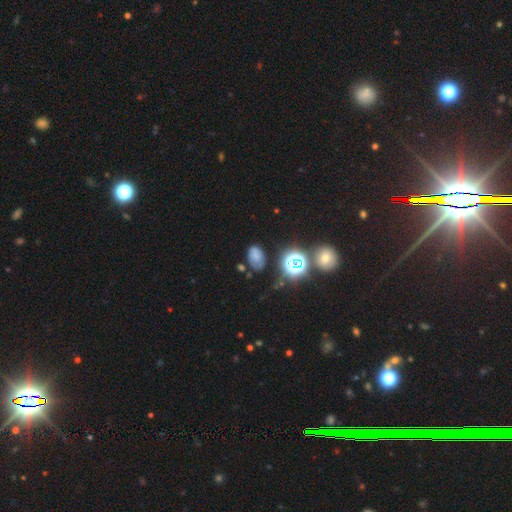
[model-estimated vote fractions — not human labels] A smooth galaxy with no disk features (59%) that is in between round and cigar-shaped (81%). Merging: none (64%).